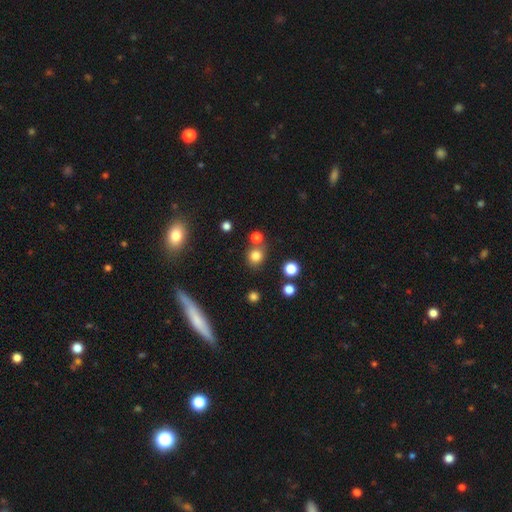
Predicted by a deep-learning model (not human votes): A smooth galaxy with no disk features (79%) that is round (82%).

Vote fractions:
- Smooth or featured? smooth: 79% / star or artifact: 15% / featured or disk: 7%
- How rounded? round: 82% / in between: 17% / cigar-shaped: 1%
- Merging? none: 71% / merger: 16% / minor disturbance: 10% / major disturbance: 4%